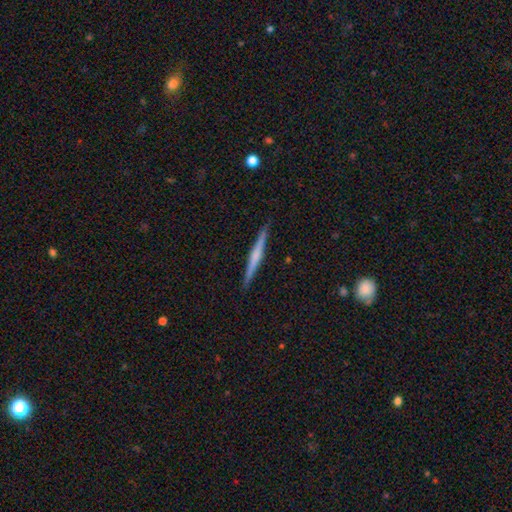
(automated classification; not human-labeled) The model was most divided on "edge-on bulge": rounded: 46%, none: 36%, boxy: 18%. More confident: edge-on disk — yes (98%); merging — none (91%); smooth or featured — featured or disk (64%).